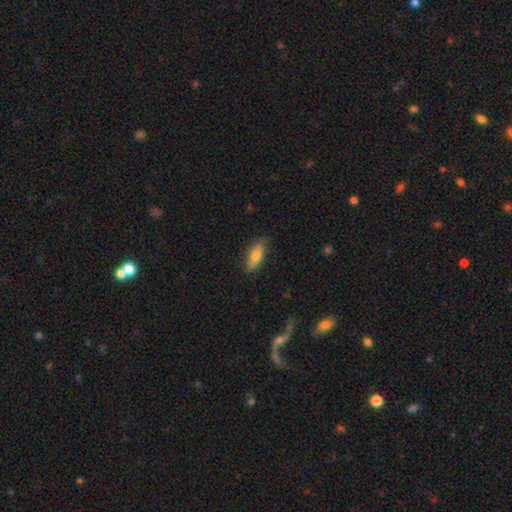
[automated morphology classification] Q: Smooth or featured?
A: smooth (75%); runner-up: featured or disk (19%)
Q: How rounded?
A: in between (69%); runner-up: cigar-shaped (28%)
Q: Merging?
A: none (83%); runner-up: minor disturbance (14%)